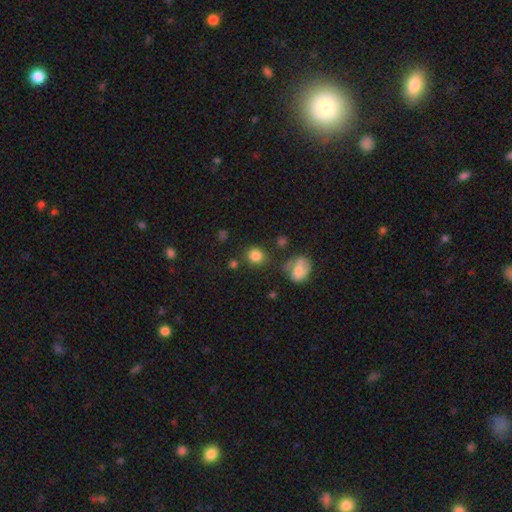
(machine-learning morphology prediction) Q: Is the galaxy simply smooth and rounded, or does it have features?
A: smooth — 83%.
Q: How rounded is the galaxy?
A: round — 80%.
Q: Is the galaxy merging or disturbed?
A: none — 77%.